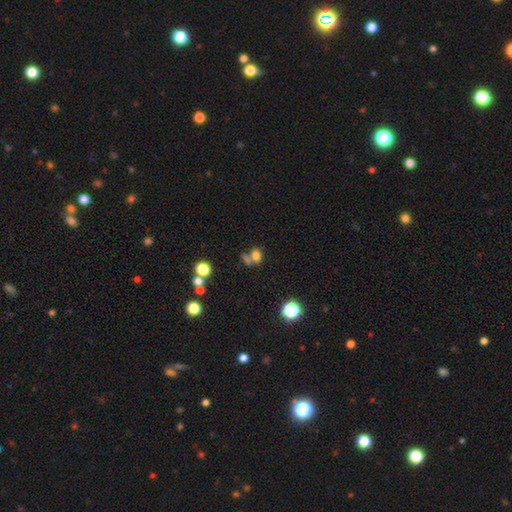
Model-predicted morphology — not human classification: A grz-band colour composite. It shows a smooth galaxy with no disk features (72%) that is in between round and cigar-shaped (52%). Merging: merger (43%).